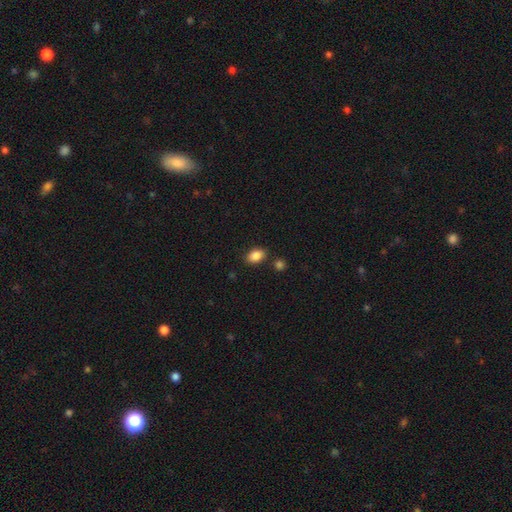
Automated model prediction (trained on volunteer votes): smooth 87%, star or artifact 9%, featured or disk 4%. Down the decision tree: how rounded — in between (80%); merging — none (80%).